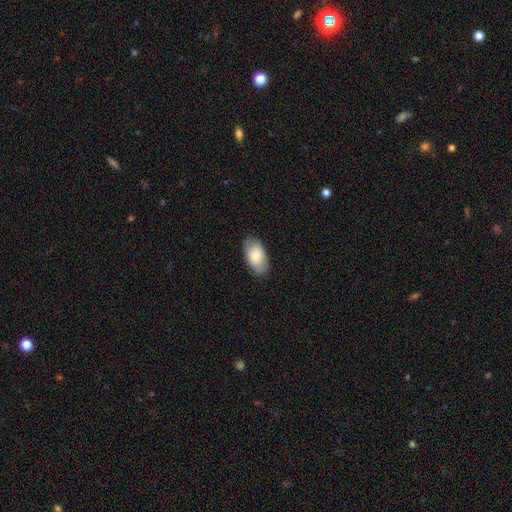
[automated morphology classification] This appears to be a smooth galaxy with no disk features (80%) that is in between round and cigar-shaped (94%). Merging: none (85%).